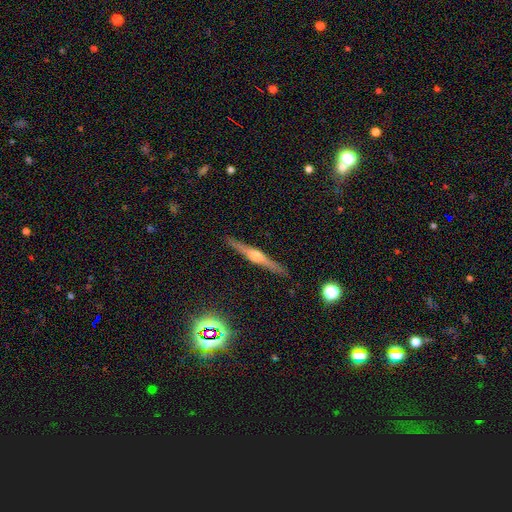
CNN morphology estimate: smooth-or-featured: featured or disk: 75% | smooth: 18% | star or artifact: 6%
  disk-edge-on: yes: 98% | no: 2%
    edge-on-bulge: rounded: 90% | boxy: 6% | none: 4%
  merging: none: 90% | minor disturbance: 7% | major disturbance: 1% | merger: 1%